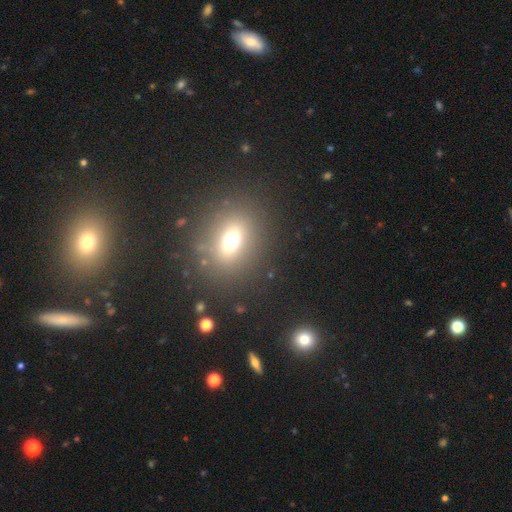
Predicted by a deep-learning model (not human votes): smooth 51%, star or artifact 31%, featured or disk 19%. Down the decision tree: how rounded — in between (61%); merging — none (84%).